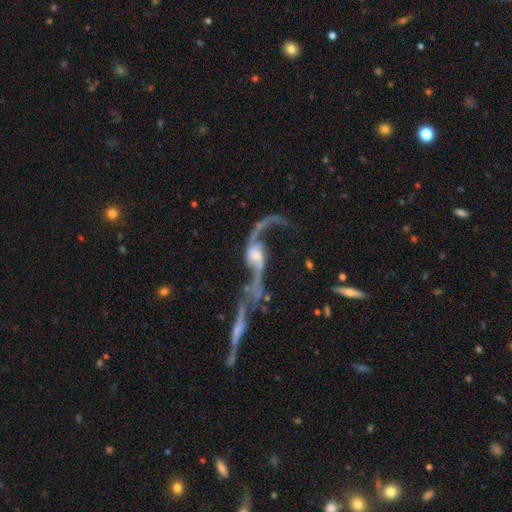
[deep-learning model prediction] Smooth or featured? featured or disk (89%)
Edge-on disk? no (94%)
Bar? no (48%)
Spiral arms? yes (95%)
Spiral winding? loose (92%)
Spiral arm count? 2 (92%)
Bulge size? small (35%)
Merging? none (35%)